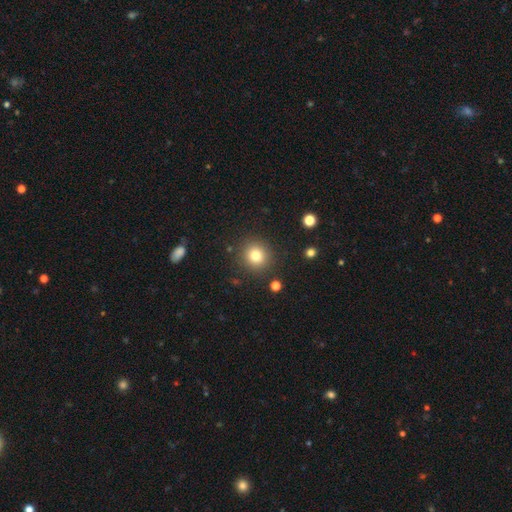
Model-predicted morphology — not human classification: smooth 80%, star or artifact 12%, featured or disk 8%. Down the decision tree: how rounded — round (91%); merging — none (89%).